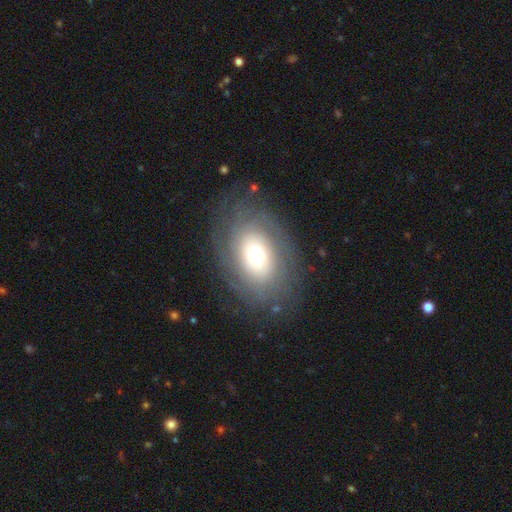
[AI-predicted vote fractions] Smooth or featured? featured or disk (54%)
Edge-on disk? no (95%)
Bar? no (79%)
Spiral arms? yes (74%)
Bulge size? large (46%)
Merging? none (73%)